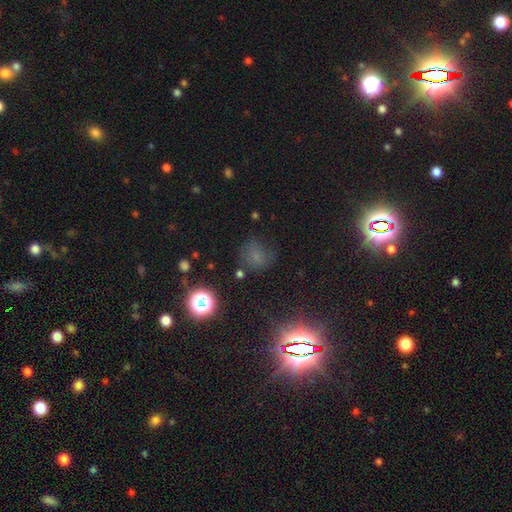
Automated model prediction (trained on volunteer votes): Q: Smooth or featured?
A: smooth (54%); runner-up: star or artifact (33%)
Q: How rounded?
A: round (73%); runner-up: in between (25%)
Q: Merging?
A: none (61%); runner-up: minor disturbance (22%)